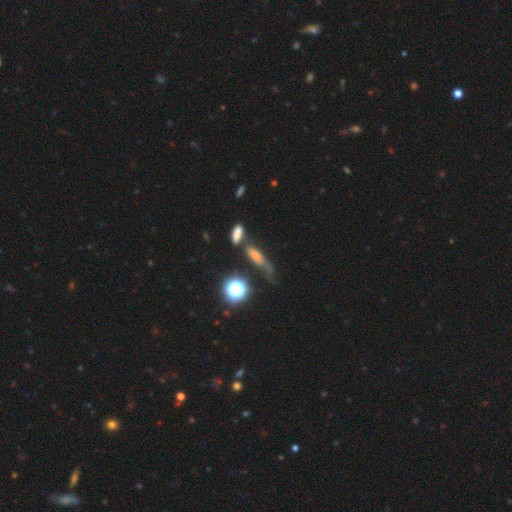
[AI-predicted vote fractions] smooth 61%, featured or disk 20%, star or artifact 20%. Down the decision tree: how rounded — cigar-shaped (44%); merging — none (35%).